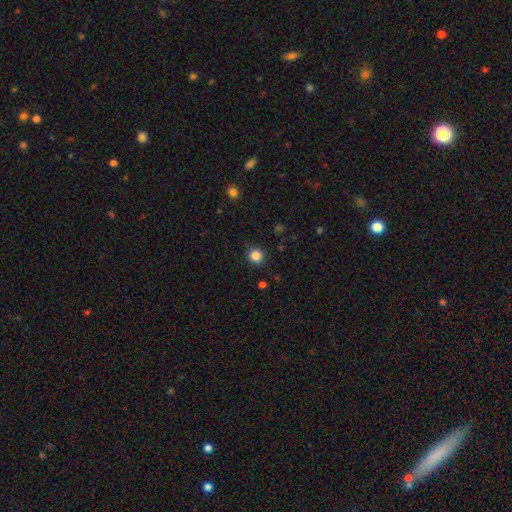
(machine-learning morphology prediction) This is clearly a smooth galaxy (84%). How rounded: clearly round (88%). Merging: clearly none (88%).